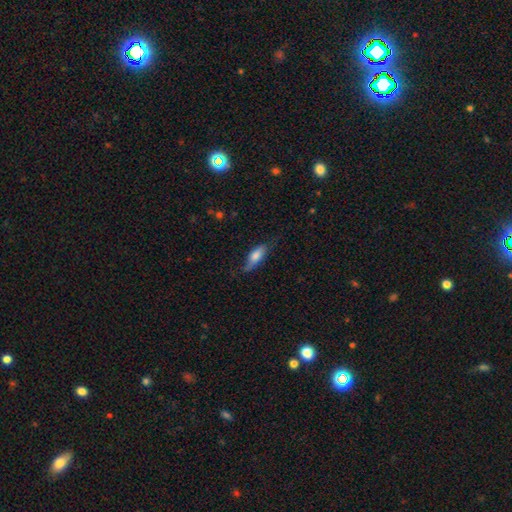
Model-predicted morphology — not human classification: Smooth or featured? smooth (67%)
How rounded? in between (68%)
Merging? none (62%)